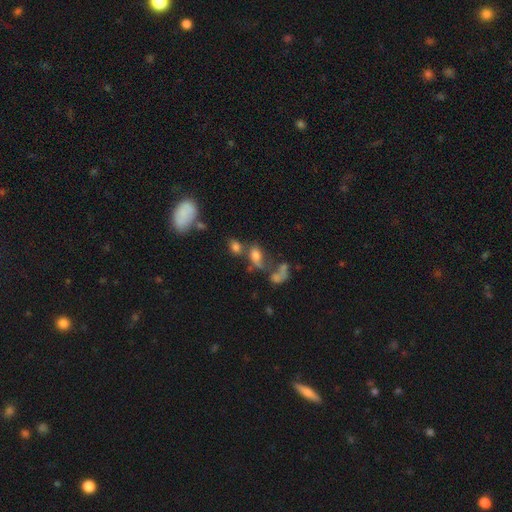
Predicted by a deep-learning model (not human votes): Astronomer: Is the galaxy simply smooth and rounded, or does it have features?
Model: smooth — 61%.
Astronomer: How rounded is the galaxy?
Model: in between — 79%.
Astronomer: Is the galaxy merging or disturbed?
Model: merger — 43% (runner-up: none, 25%).